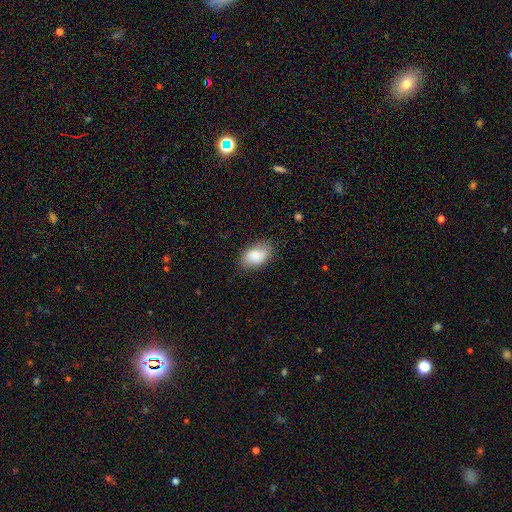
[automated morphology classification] Smooth or featured? Predicted: smooth (p=0.81). How rounded? Predicted: in between (p=0.91). Merging? Predicted: none (p=0.75).